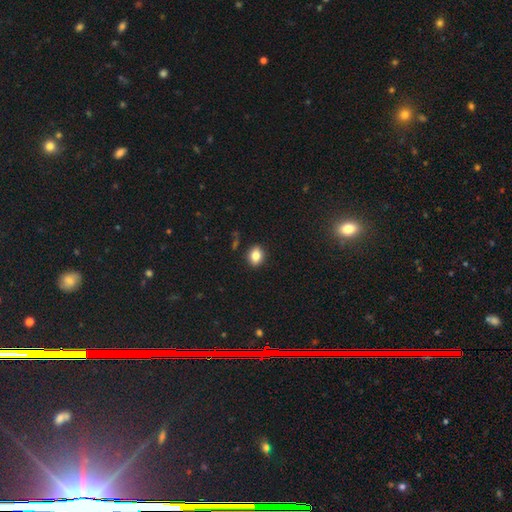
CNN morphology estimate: Smooth or featured? smooth (82%)
How rounded? in between (55%)
Merging? none (88%)